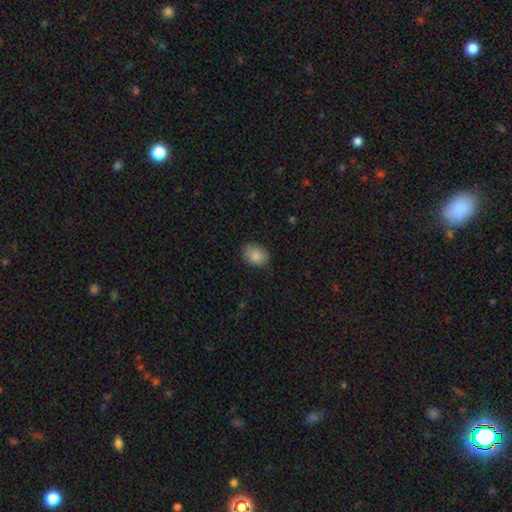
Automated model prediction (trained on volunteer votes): Overall: smooth (87%). How rounded: in between (63%; round 36%). Merging: none (79%).